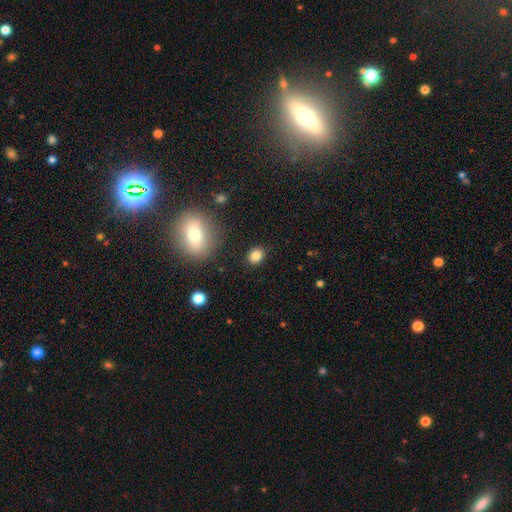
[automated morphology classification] smooth_or_featured: smooth (p=0.84) [alt: star or artifact p=0.11]
how_rounded: round (p=0.56) [alt: in between p=0.43]
merging: none (p=0.88) [alt: minor disturbance p=0.08]